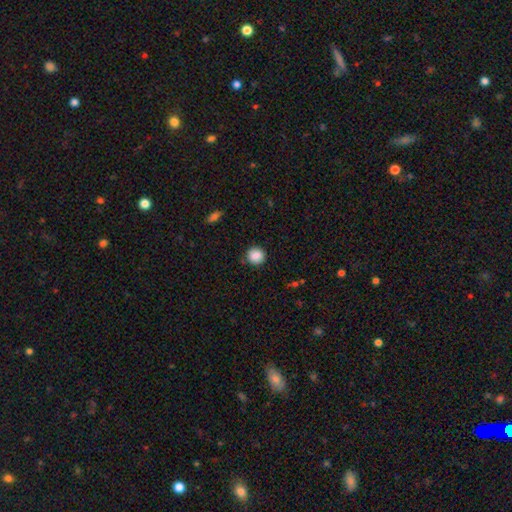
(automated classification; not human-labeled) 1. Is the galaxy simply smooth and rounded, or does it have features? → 87% smooth, 9% star or artifact, 4% featured or disk.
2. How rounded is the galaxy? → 89% round, 10% in between, 1% cigar-shaped.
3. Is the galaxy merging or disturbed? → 87% none, 9% minor disturbance, 2% major disturbance, 1% merger.